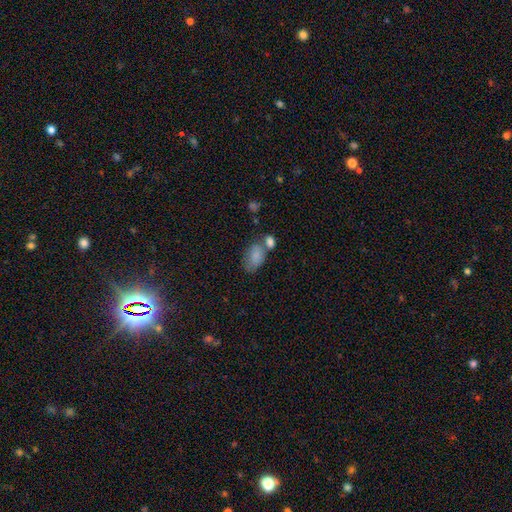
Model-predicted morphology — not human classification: This is clearly a smooth galaxy (81%). How rounded: clearly in between (89%). Merging: marginally none (38%).